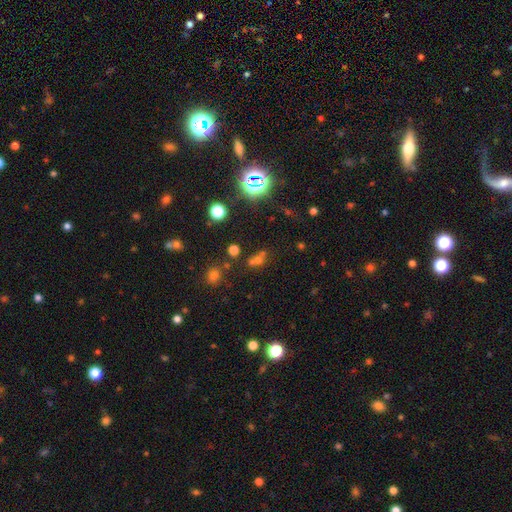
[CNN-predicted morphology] This appears to be a star or artifact, not a galaxy (47%).